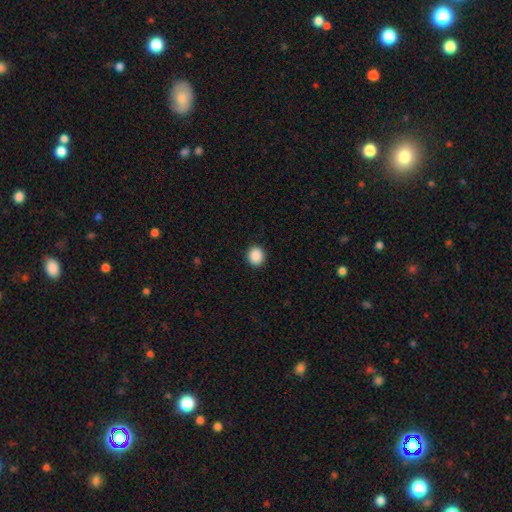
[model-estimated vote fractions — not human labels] smooth_or_featured: smooth (p=0.89) [alt: star or artifact p=0.09]
how_rounded: round (p=0.87) [alt: in between p=0.12]
merging: none (p=0.92) [alt: minor disturbance p=0.05]